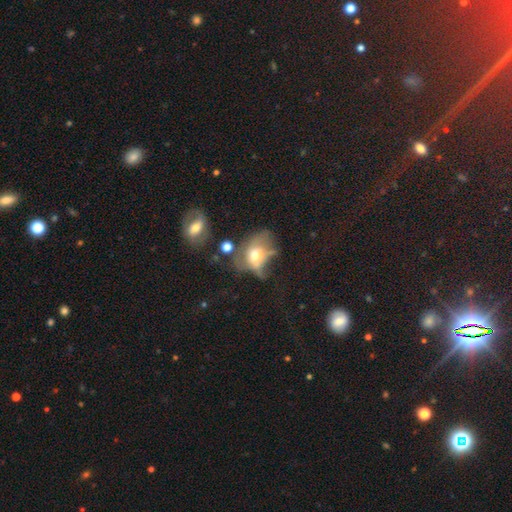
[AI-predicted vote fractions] smooth_or_featured: smooth (p=0.46) [alt: featured or disk p=0.42]
merging: major disturbance (p=0.42) [alt: none p=0.23]